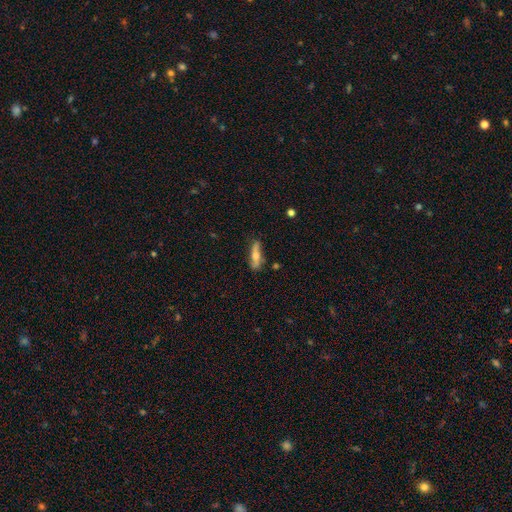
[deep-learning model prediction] Smooth or featured: smooth — 47% (tied with featured or disk — 47%)
Merging: none — 73% (minor disturbance — 20%)